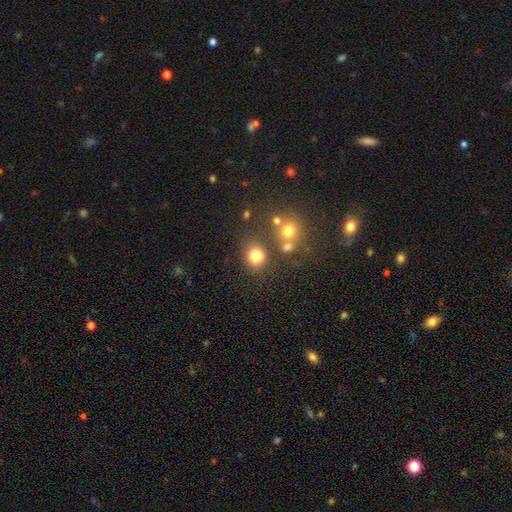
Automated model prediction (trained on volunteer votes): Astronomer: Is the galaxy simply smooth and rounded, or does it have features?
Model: smooth — 79%.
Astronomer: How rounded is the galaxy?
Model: round — 74%.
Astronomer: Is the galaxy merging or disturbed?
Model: none — 70%.